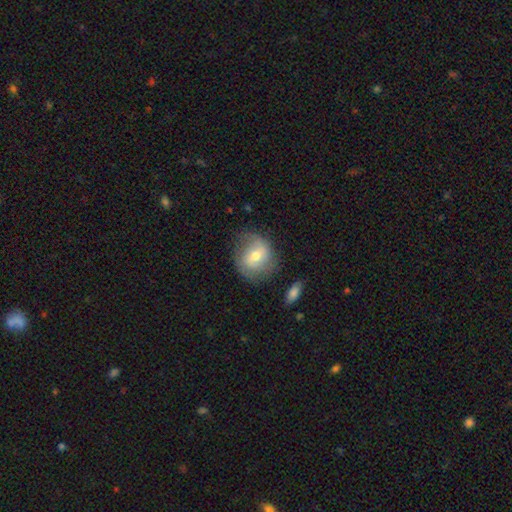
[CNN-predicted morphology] This appears to be a smooth galaxy with no disk features (50%). Merging: none (66%).